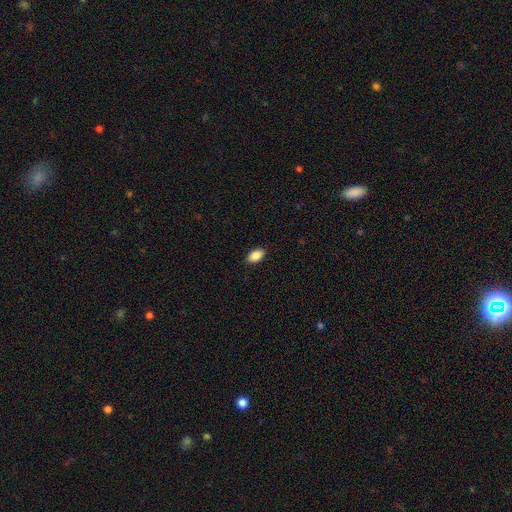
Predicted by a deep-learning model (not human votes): smooth 88%, star or artifact 7%, featured or disk 4%. Down the decision tree: how rounded — in between (92%); merging — none (89%).